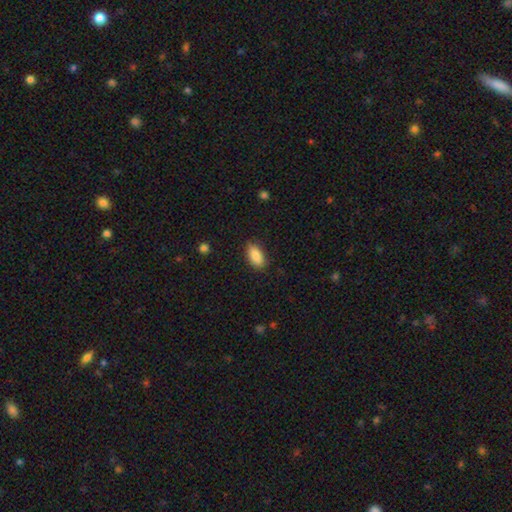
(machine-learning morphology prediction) The model was most divided on "merging": none: 83%, minor disturbance: 13%, major disturbance: 3%, merger: 1%. More confident: how rounded — in between (90%); smooth or featured — smooth (88%).